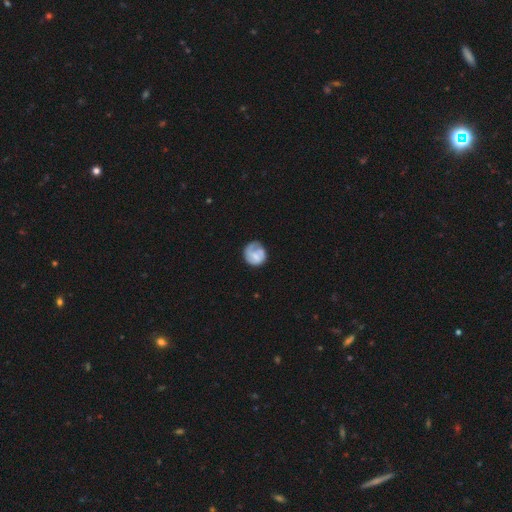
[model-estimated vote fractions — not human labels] smooth_or_featured: smooth (p=0.52) [alt: featured or disk p=0.41]
how_rounded: round (p=0.79) [alt: in between p=0.20]
merging: none (p=0.55) [alt: minor disturbance p=0.27]